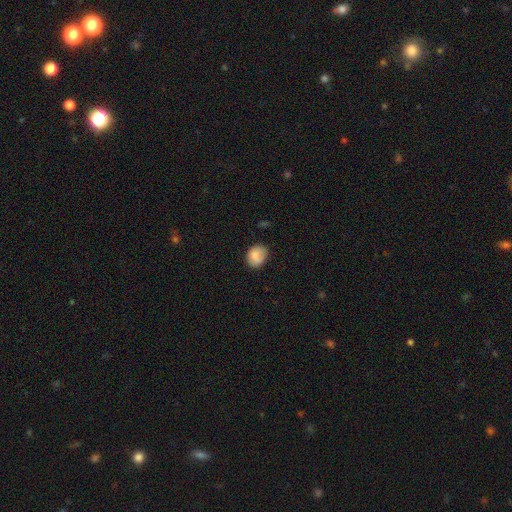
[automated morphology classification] type=smooth (83%); roundness=round (52%); merging=none (72%).